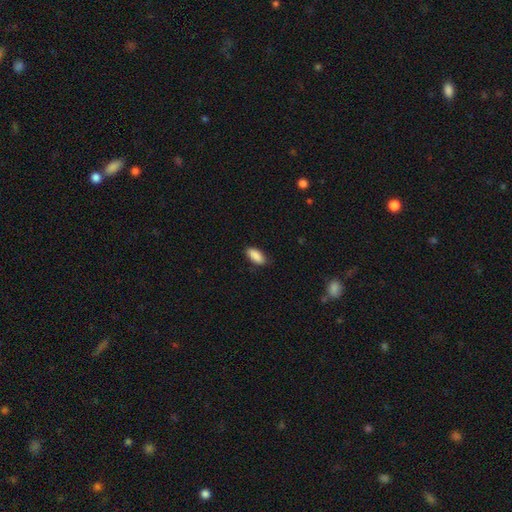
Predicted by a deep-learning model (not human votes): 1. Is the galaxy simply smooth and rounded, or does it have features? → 89% smooth, 7% star or artifact, 5% featured or disk.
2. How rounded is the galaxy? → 87% in between, 11% cigar-shaped, 2% round.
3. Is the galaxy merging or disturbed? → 81% none, 16% minor disturbance, 3% major disturbance, 1% merger.